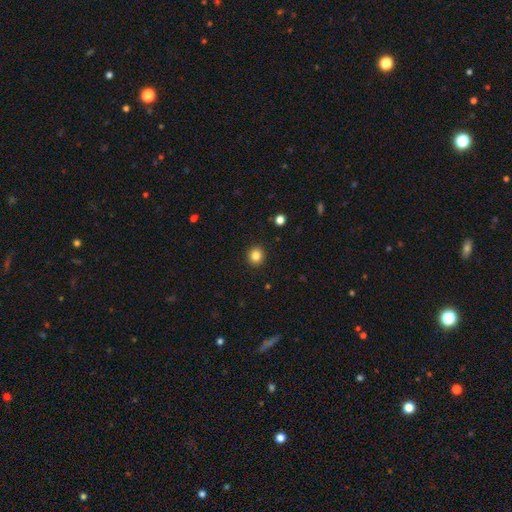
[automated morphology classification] smooth-or-featured: smooth: 84% | star or artifact: 11% | featured or disk: 5%
  how-rounded: round: 90% | in between: 9% | cigar-shaped: 1%
  merging: none: 92% | minor disturbance: 5% | major disturbance: 2% | merger: 1%